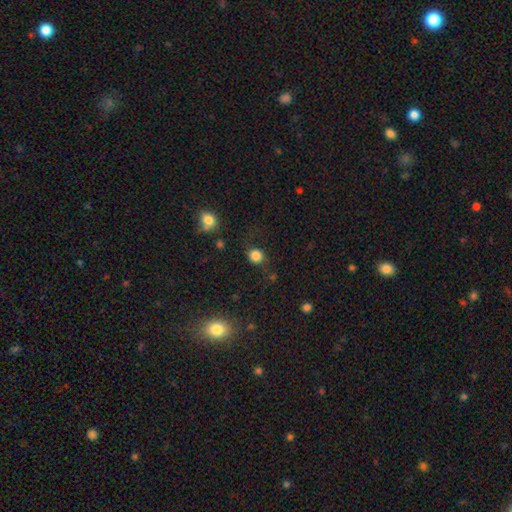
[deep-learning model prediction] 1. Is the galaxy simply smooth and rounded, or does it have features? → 83% smooth, 11% star or artifact, 6% featured or disk.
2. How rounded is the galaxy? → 83% round, 16% in between, 1% cigar-shaped.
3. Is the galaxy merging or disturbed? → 71% none, 17% minor disturbance, 8% major disturbance, 3% merger.